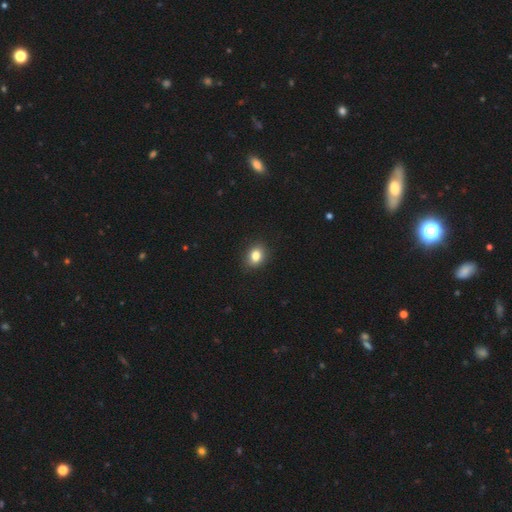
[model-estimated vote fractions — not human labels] smooth 83%, star or artifact 10%, featured or disk 7%. Down the decision tree: how rounded — in between (61%); merging — none (88%).